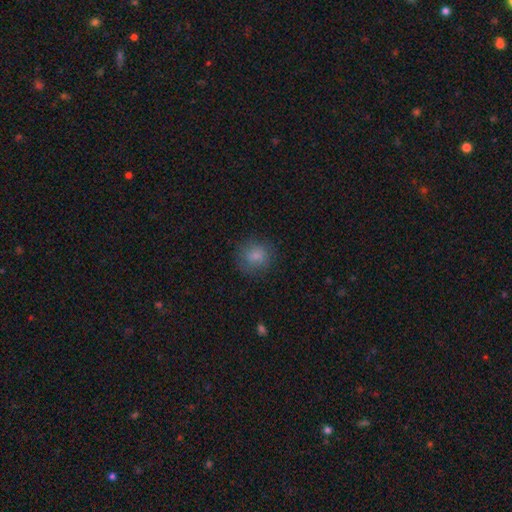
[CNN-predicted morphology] smooth-or-featured: smooth: 81% | star or artifact: 10% | featured or disk: 9%
  how-rounded: round: 81% | in between: 18% | cigar-shaped: 1%
  merging: none: 79% | minor disturbance: 14% | major disturbance: 6% | merger: 1%